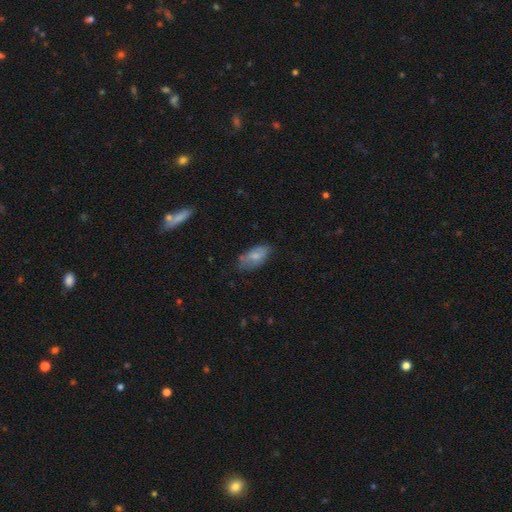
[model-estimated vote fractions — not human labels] Smooth or featured? Predicted: smooth (p=0.72). How rounded? Predicted: in between (p=0.91). Merging? Predicted: none (p=0.58).